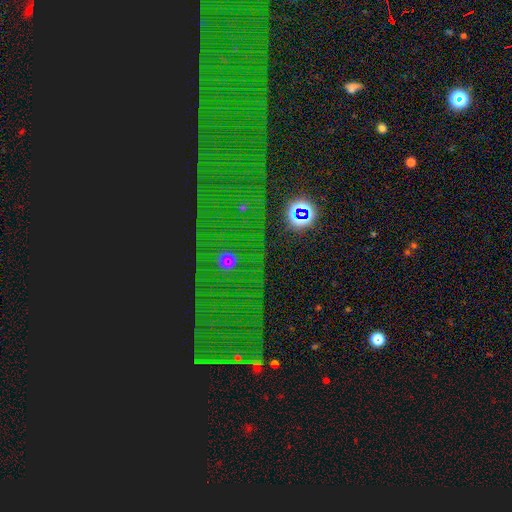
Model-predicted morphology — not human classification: smooth_or_featured: star or artifact (p=0.77) [alt: featured or disk p=0.12]